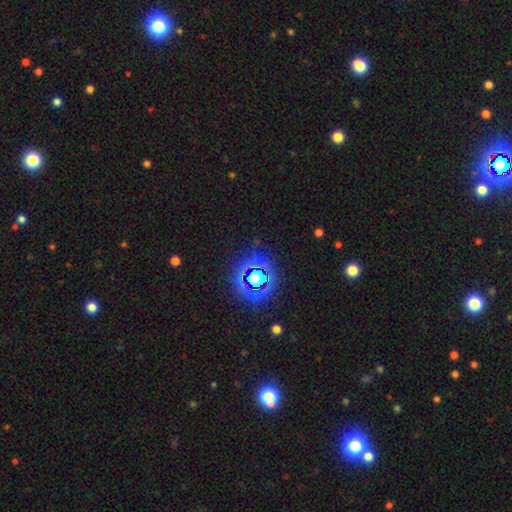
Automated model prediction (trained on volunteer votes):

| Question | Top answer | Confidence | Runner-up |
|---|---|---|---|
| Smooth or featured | star or artifact | 77% | smooth (16%) |